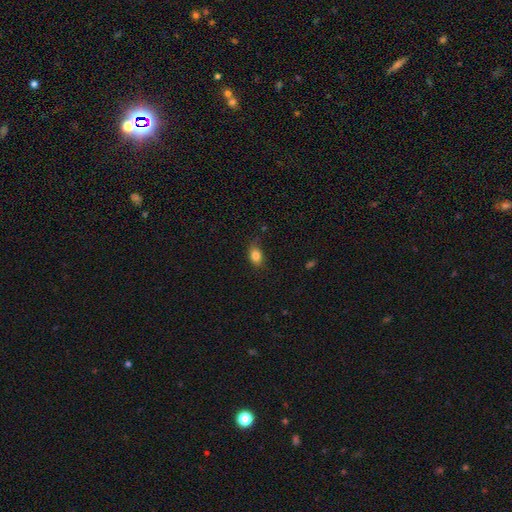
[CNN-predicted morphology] type=smooth (84%); roundness=in between (77%); merging=none (74%).